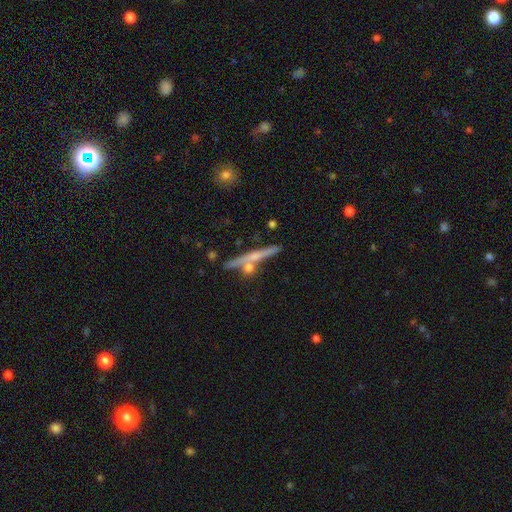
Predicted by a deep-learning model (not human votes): Overall: featured or disk (65%; smooth 27%). Edge-on disk: yes (95%). Edge-on bulge: rounded (57%; none 36%). Merging: none (72%).